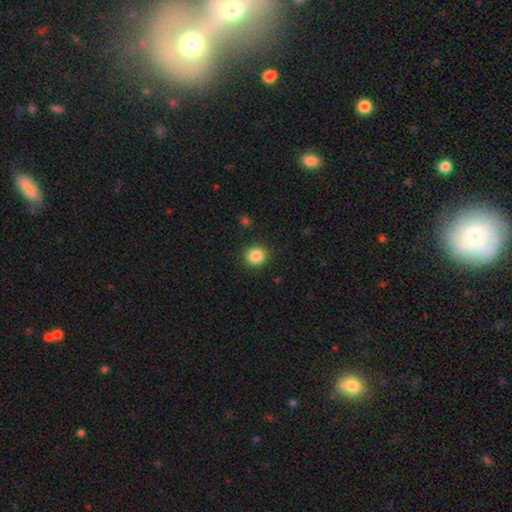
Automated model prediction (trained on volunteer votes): smooth_or_featured: smooth (p=0.86) [alt: star or artifact p=0.10]
how_rounded: round (p=0.86) [alt: in between p=0.14]
merging: none (p=0.90) [alt: minor disturbance p=0.06]